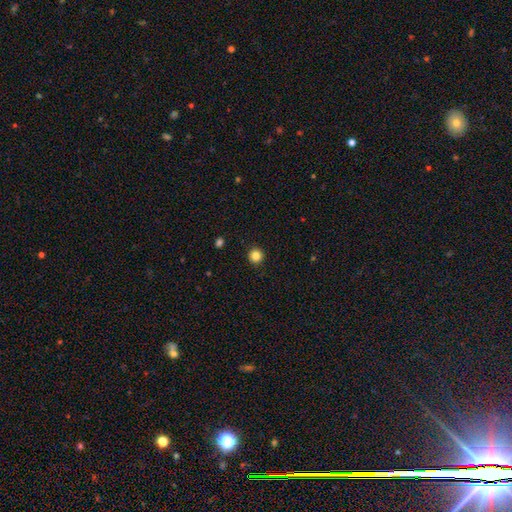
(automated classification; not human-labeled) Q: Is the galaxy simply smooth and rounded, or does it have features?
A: smooth — 84%.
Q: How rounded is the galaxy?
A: round — 95%.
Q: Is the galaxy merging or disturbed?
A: none — 93%.